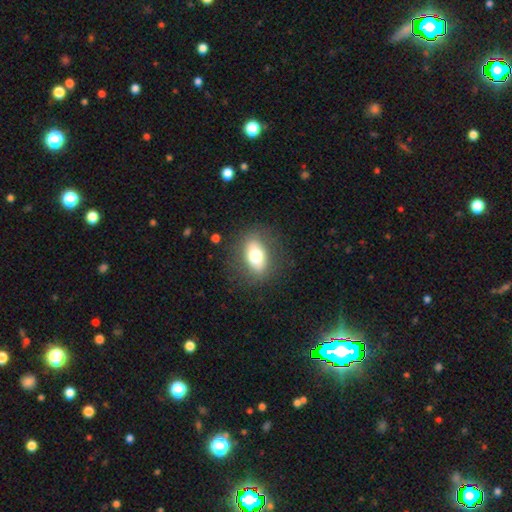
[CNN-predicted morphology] Smooth or featured: smooth — 68% (featured or disk — 24%)
How rounded: in between — 82% (round — 14%)
Merging: none — 81% (minor disturbance — 12%)